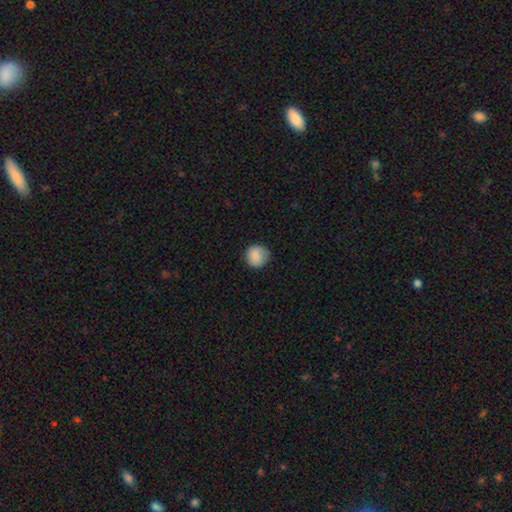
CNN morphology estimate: A smooth galaxy with no disk features (86%) that is round (91%). Merging: none (80%).